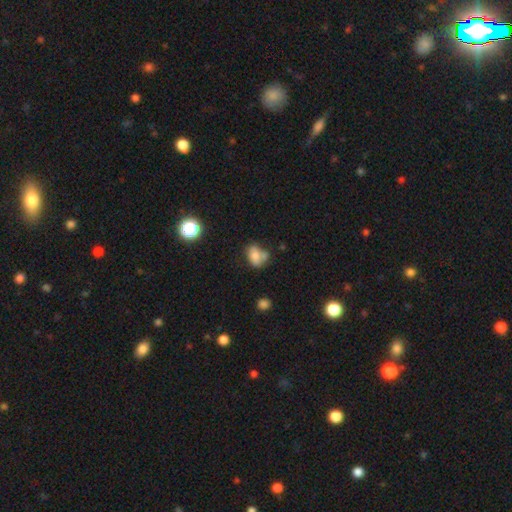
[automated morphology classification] A smooth galaxy with no disk features (69%) that is in between round and cigar-shaped (62%).

Vote fractions:
- Smooth or featured? smooth: 69% / featured or disk: 19% / star or artifact: 12%
- How rounded? in between: 62% / round: 36% / cigar-shaped: 1%
- Merging? none: 37% / minor disturbance: 27% / merger: 22% / major disturbance: 13%